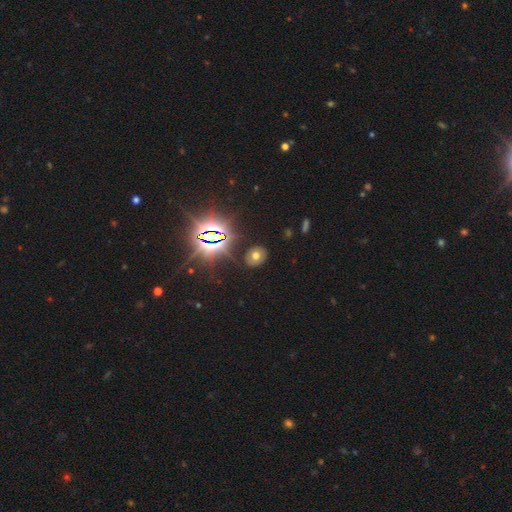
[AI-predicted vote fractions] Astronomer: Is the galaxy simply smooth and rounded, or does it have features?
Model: smooth — 53% (runner-up: star or artifact, 31%).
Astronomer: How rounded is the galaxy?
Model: round — 54% (runner-up: in between, 45%).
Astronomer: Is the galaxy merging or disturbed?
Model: none — 85%.